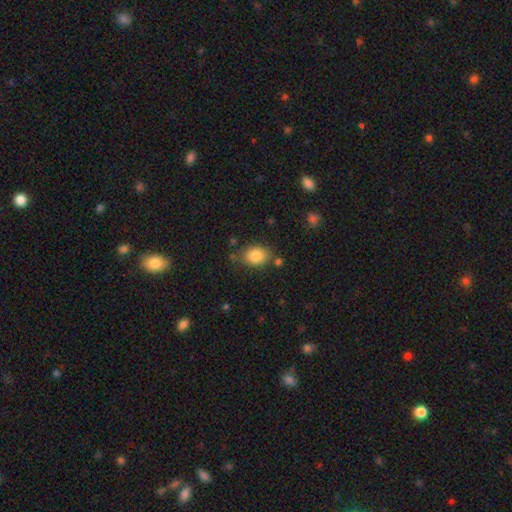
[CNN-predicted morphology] Smooth or featured?
  - smooth: 85% *
  - star or artifact: 8%
  - featured or disk: 6%
How rounded?
  - in between: 65% *
  - round: 34%
  - cigar-shaped: 1%
Merging?
  - none: 75% *
  - minor disturbance: 16%
  - merger: 5%
  - major disturbance: 4%